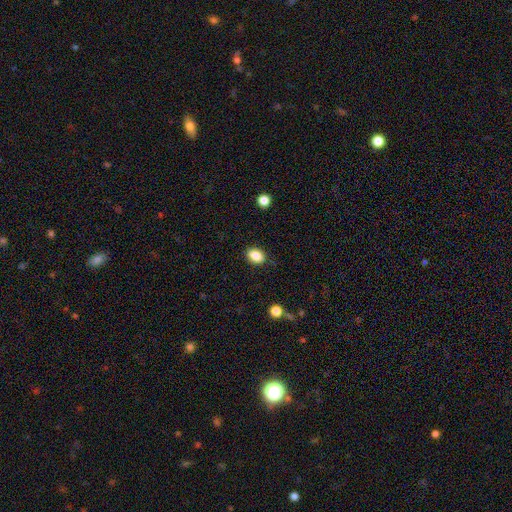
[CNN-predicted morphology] Q: Smooth or featured?
A: smooth (87%); runner-up: star or artifact (9%)
Q: How rounded?
A: in between (80%); runner-up: round (19%)
Q: Merging?
A: none (87%); runner-up: minor disturbance (10%)